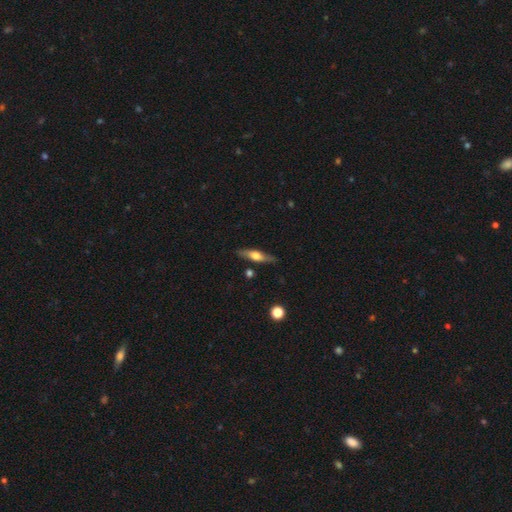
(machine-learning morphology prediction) Overall: featured or disk (49%; smooth 44%). Merging: none (84%).